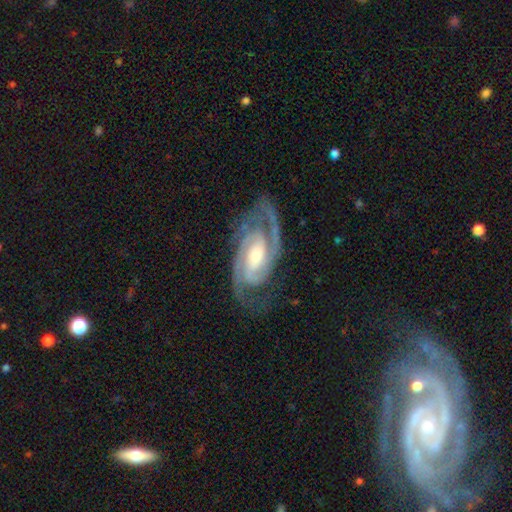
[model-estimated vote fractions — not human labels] A featured or disk galaxy (93%) with a weak bar (40%), 2 (83%) tight (55%) spiral arms (99%) and a moderate central bulge (55%).

Vote fractions:
- Smooth or featured? featured or disk: 93% / star or artifact: 4% / smooth: 3%
- Edge-on disk? no: 97% / yes: 3%
- Bar? weak: 40% / no: 38% / strong: 22%
- Spiral arms? yes: 99% / no: 1%
- Spiral winding? tight: 55% / medium: 39% / loose: 5%
- Spiral arm count? 2: 83% / 3: 9% / can't tell: 3% / 4: 2% / 1: 2% / more than 4: 2%
- Bulge size? moderate: 55% / small: 35% / large: 6% / none: 2% / dominant: 1%
- Merging? none: 77% / minor disturbance: 16% / major disturbance: 6% / merger: 1%